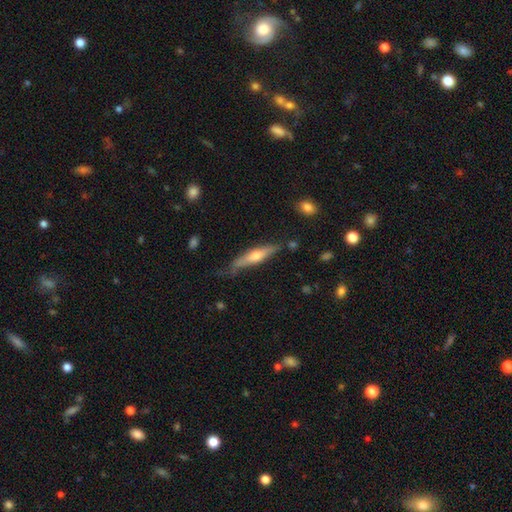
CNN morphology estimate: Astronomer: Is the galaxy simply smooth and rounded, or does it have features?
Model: featured or disk — 55% (runner-up: smooth, 39%).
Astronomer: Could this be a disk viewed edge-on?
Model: yes — 91%.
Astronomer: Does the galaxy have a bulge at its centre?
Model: rounded — 88%.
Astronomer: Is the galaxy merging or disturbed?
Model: none — 65%.